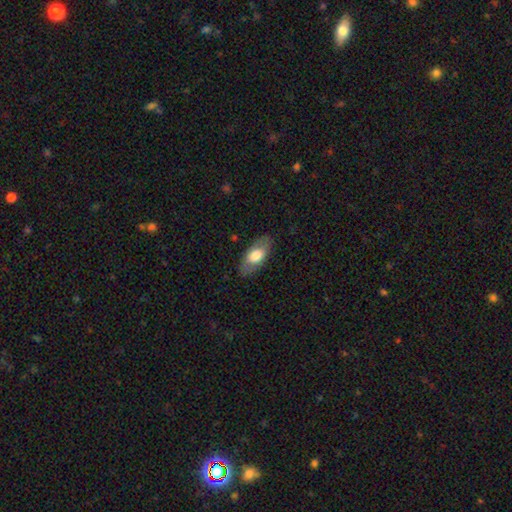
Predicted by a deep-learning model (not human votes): smooth-or-featured: smooth: 68% | featured or disk: 27% | star or artifact: 6%
  how-rounded: in between: 89% | cigar-shaped: 8% | round: 3%
  merging: none: 83% | minor disturbance: 12% | major disturbance: 3% | merger: 1%